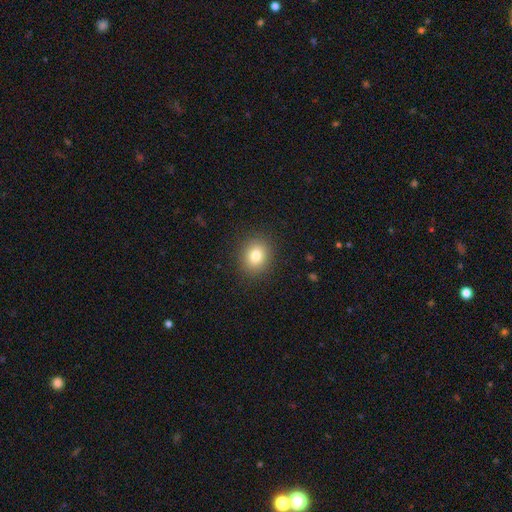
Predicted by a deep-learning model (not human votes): The model was most divided on "how rounded": round: 66%, in between: 33%, cigar-shaped: 1%. More confident: merging — none (89%); smooth or featured — smooth (81%).